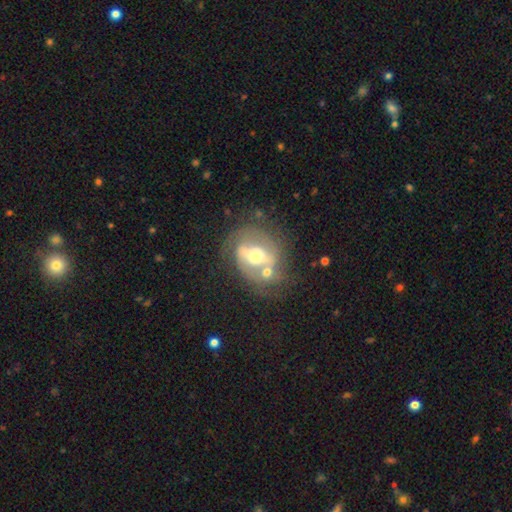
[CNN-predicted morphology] featured or disk 72%, smooth 21%, star or artifact 7%. Down the decision tree: edge-on disk — no (94%); bar — strong (41%); spiral arms — yes (63%); bulge size — moderate (71%); merging — none (51%).